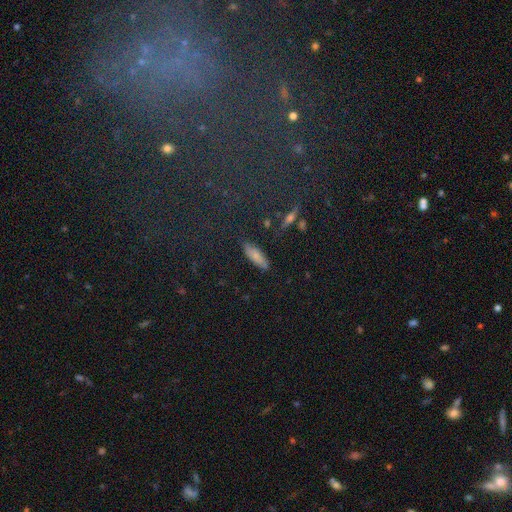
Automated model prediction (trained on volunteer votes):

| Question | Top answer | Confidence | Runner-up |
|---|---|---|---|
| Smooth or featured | smooth | 73% | featured or disk (18%) |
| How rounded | in between | 60% | cigar-shaped (38%) |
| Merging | none | 80% | minor disturbance (15%) |